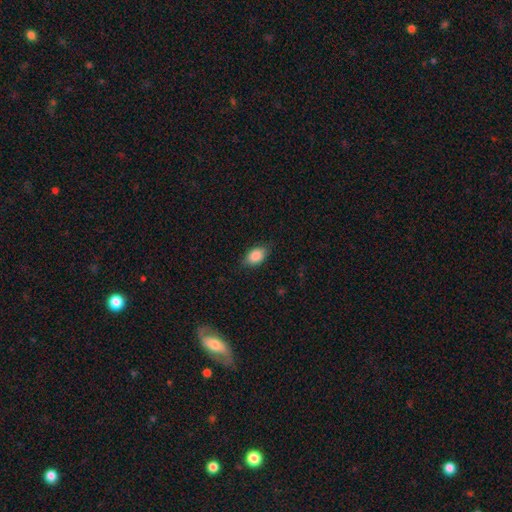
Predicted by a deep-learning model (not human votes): smooth-or-featured: smooth: 87% | star or artifact: 7% | featured or disk: 6%
  how-rounded: in between: 86% | round: 12% | cigar-shaped: 2%
  merging: none: 81% | minor disturbance: 15% | major disturbance: 3% | merger: 1%